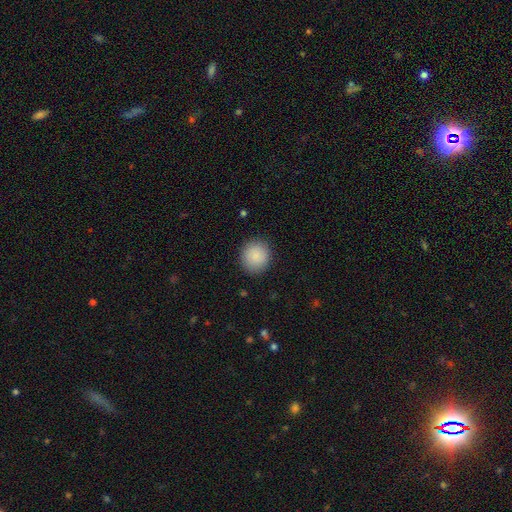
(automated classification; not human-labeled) The model was most divided on "how rounded": round: 89%, in between: 10%, cigar-shaped: 1%. More confident: merging — none (89%); smooth or featured — smooth (89%).